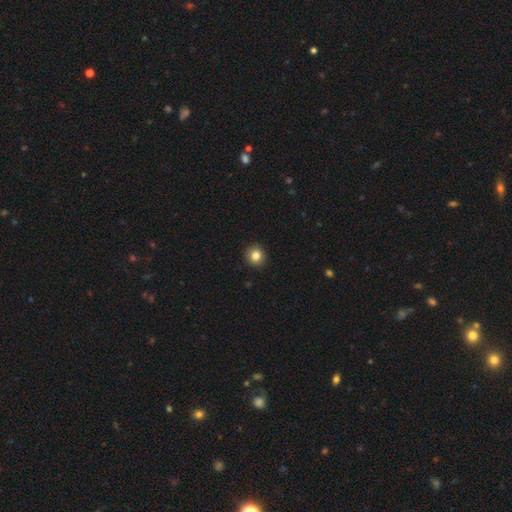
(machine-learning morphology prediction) This is clearly a smooth galaxy (83%). How rounded: clearly round (90%). Merging: clearly none (93%).